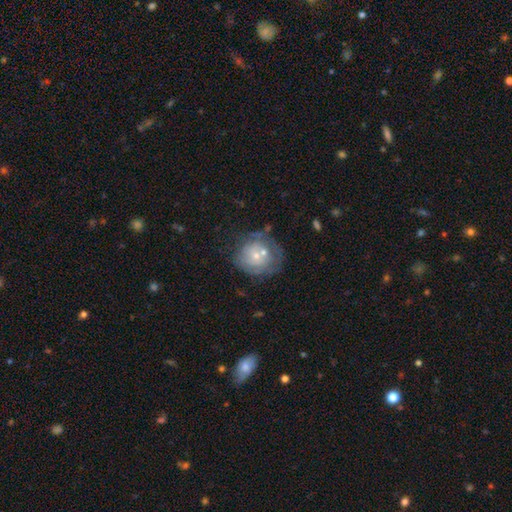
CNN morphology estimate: This appears to be a featured or disk galaxy (54%) with no bar (85%), spiral arms (51%) and a small central bulge (62%). Merging: none (41%).